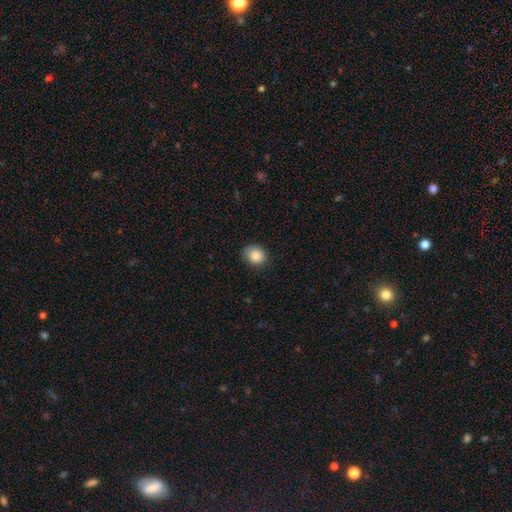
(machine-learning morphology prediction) This appears to be a smooth galaxy with no disk features (87%) that is round (65%). Merging: none (81%).